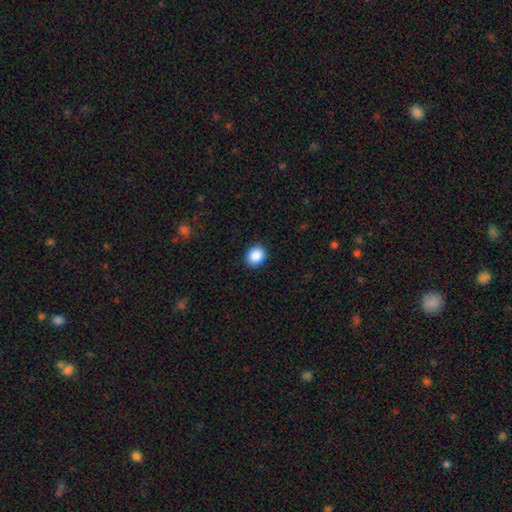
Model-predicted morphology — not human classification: This is clearly a smooth galaxy (89%). How rounded: likely round (69%). Merging: clearly none (90%).